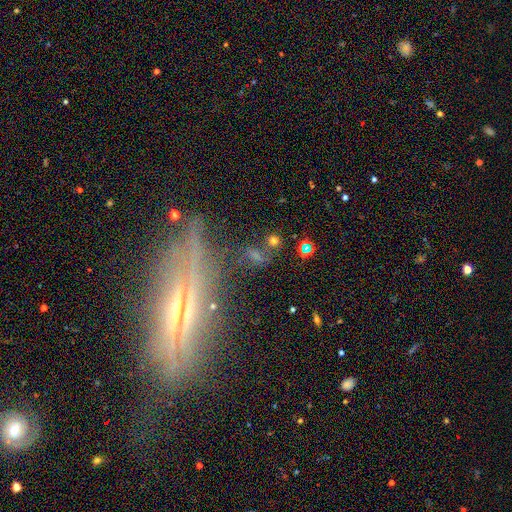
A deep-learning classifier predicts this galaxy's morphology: This appears to be a smooth galaxy with no disk features (39%). Merging: none (56%).